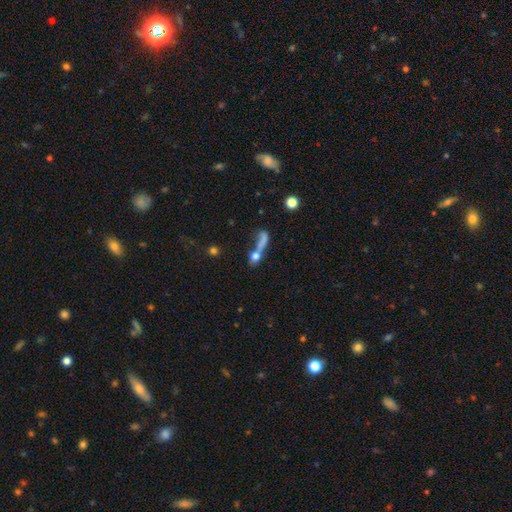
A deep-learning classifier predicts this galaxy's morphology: Q: Smooth or featured?
A: smooth (64%); runner-up: featured or disk (23%)
Q: How rounded?
A: round (36%); runner-up: in between (33%)
Q: Merging?
A: merger (40%); runner-up: none (31%)